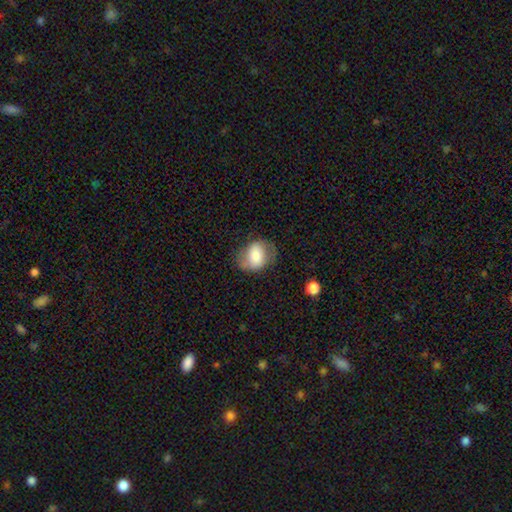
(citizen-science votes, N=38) Smooth or featured? smooth (66%)
How rounded? in between (60%)
Merging? none (68%)